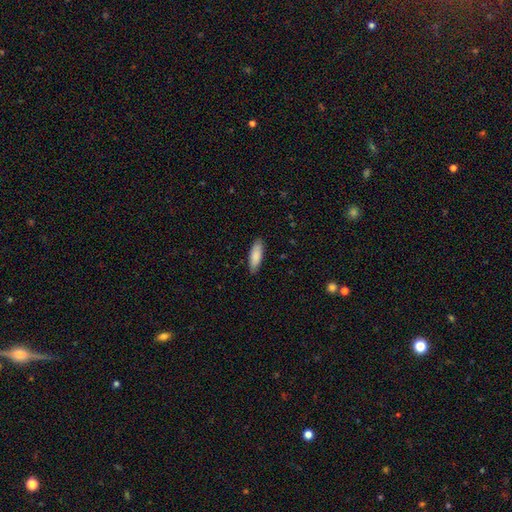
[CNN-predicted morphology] type=smooth (87%); roundness=in between (58%); merging=none (87%).